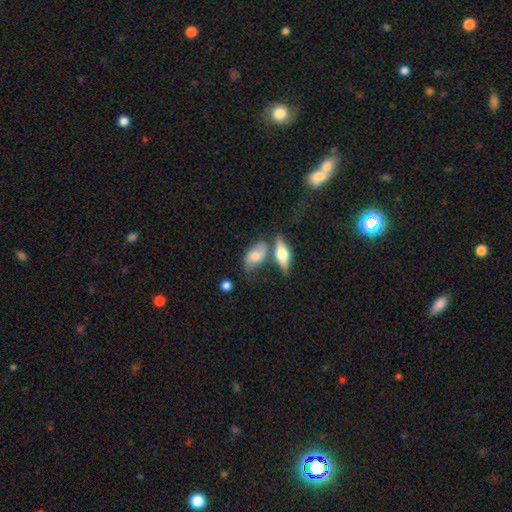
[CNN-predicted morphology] type=smooth (48%); merging=none (45%).